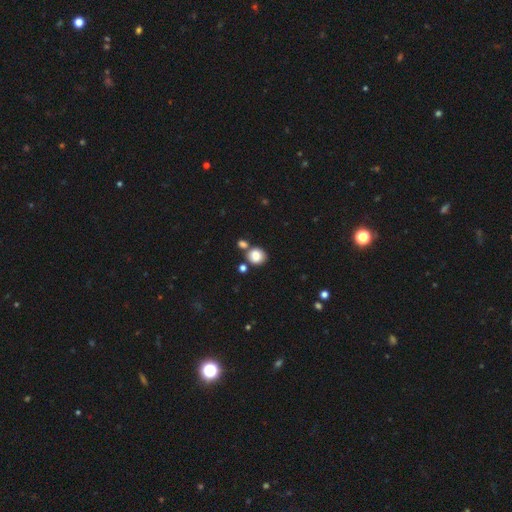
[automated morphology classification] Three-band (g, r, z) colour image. It shows a smooth galaxy with no disk features (84%) that is round (78%). Merging: none (60%).